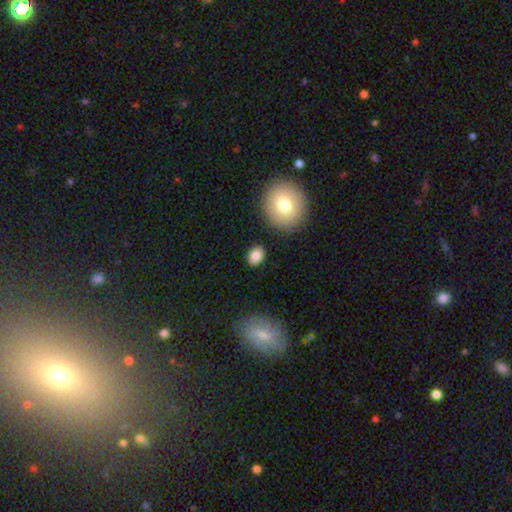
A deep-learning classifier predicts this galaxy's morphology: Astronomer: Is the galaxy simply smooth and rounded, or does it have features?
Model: smooth — 86%.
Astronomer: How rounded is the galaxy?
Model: in between — 64%.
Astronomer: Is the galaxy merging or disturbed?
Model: none — 86%.